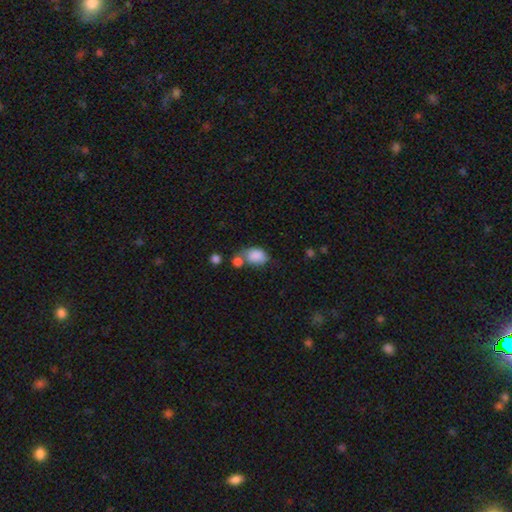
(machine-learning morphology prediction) Smooth or featured? Predicted: smooth (p=0.84). How rounded? Predicted: in between (p=0.79). Merging? Predicted: merger (p=0.36).